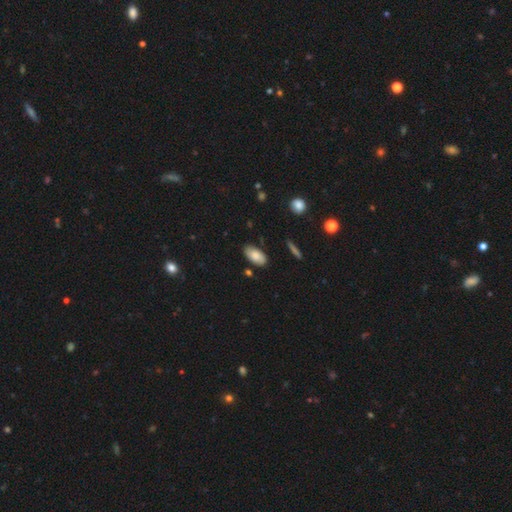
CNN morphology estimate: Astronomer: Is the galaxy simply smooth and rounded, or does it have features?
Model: smooth — 82%.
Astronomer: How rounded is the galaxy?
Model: in between — 94%.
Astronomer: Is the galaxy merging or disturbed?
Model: none — 82%.